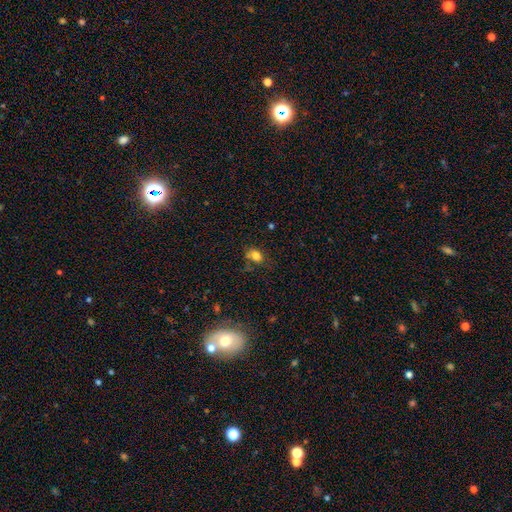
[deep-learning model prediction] Smooth or featured: smooth — 78% (star or artifact — 14%)
How rounded: in between — 71% (round — 27%)
Merging: none — 62% (minor disturbance — 24%)